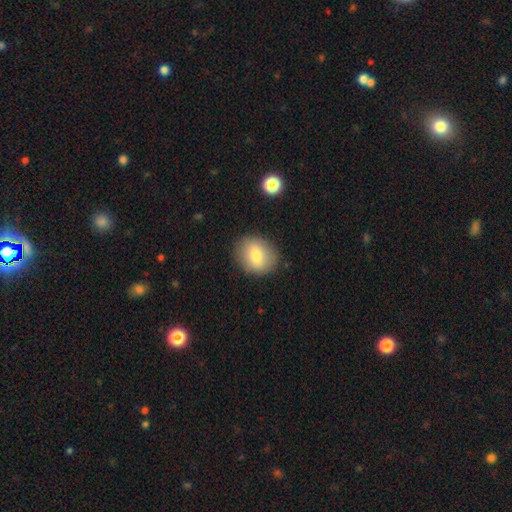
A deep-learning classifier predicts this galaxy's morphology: smooth-or-featured: smooth: 75% | featured or disk: 16% | star or artifact: 9%
  how-rounded: round: 55% | in between: 44% | cigar-shaped: 1%
  merging: none: 86% | minor disturbance: 10% | major disturbance: 3% | merger: 1%